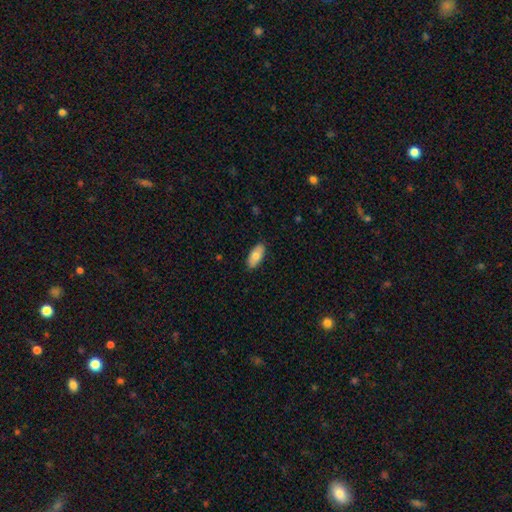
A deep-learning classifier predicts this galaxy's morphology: This appears to be a smooth galaxy with no disk features (79%) that is in between round and cigar-shaped (90%). Merging: none (88%).